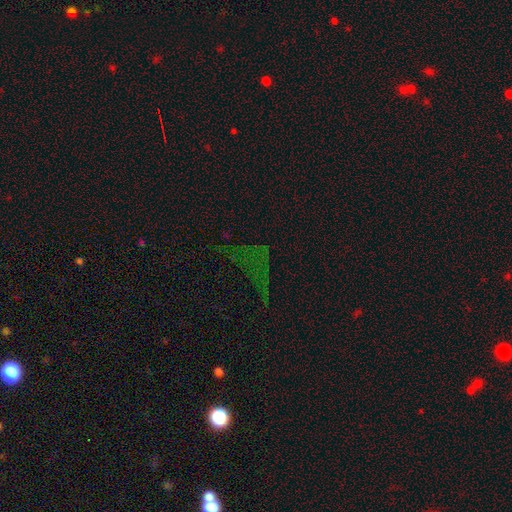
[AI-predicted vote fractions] A star or artifact, not a galaxy (66%).